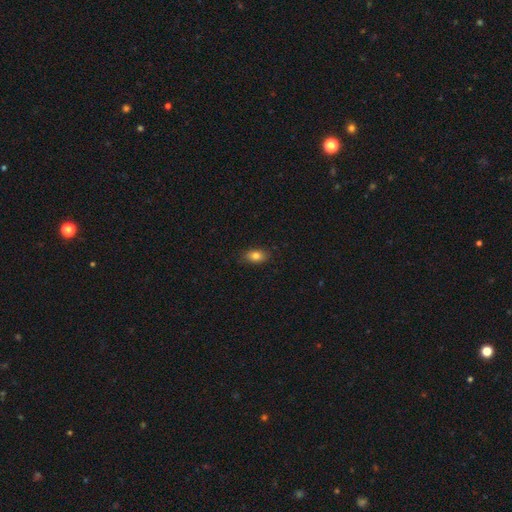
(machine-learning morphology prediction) This appears to be a smooth galaxy with no disk features (81%) that is in between round and cigar-shaped (86%). Merging: none (85%).